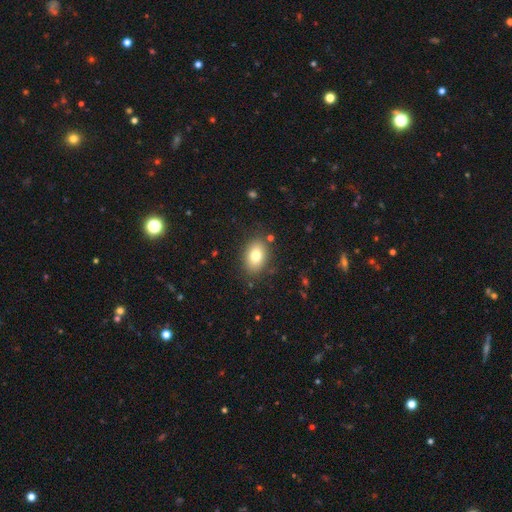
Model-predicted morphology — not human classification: This appears to be a smooth galaxy with no disk features (79%) that is in between round and cigar-shaped (82%). Merging: none (84%).